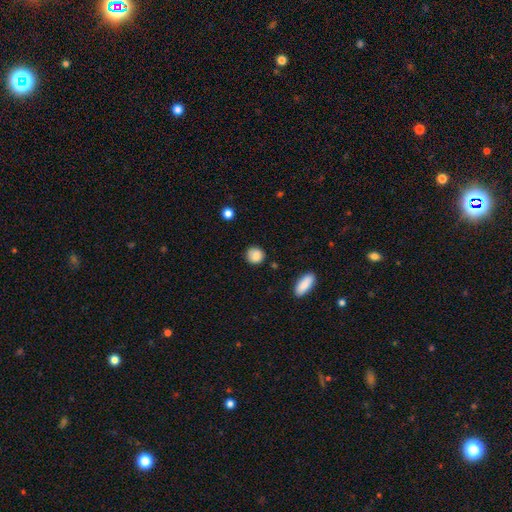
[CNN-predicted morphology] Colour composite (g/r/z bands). It shows a smooth galaxy with no disk features (87%) that is round (86%). Merging: none (83%).